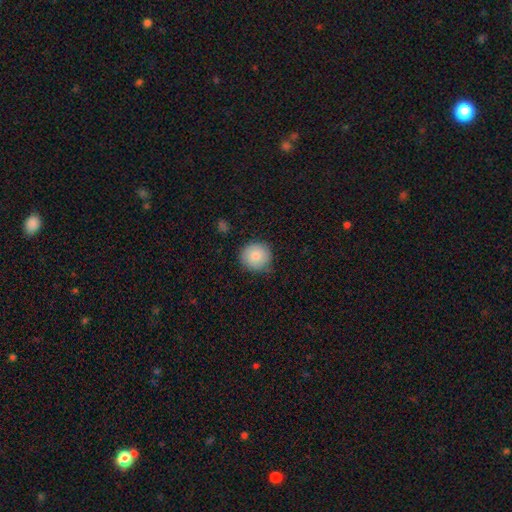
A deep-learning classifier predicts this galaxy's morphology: Q: Smooth or featured?
A: smooth (83%); runner-up: featured or disk (10%)
Q: How rounded?
A: round (91%); runner-up: in between (8%)
Q: Merging?
A: none (78%); runner-up: minor disturbance (18%)